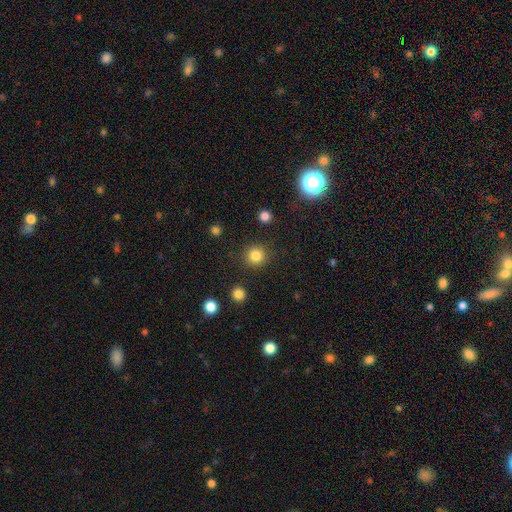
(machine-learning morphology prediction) This is clearly a smooth galaxy (83%). How rounded: clearly round (94%). Merging: clearly none (90%).